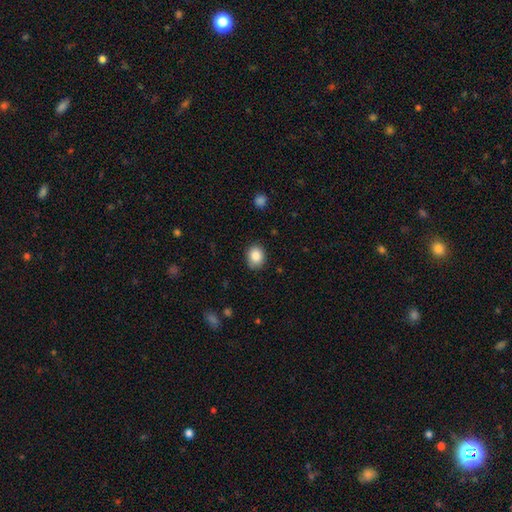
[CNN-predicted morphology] Smooth or featured? smooth (86%)
How rounded? round (54%)
Merging? none (85%)